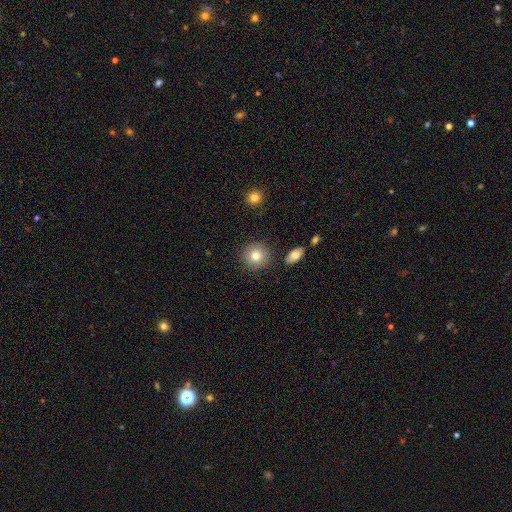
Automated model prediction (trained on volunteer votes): This appears to be a smooth galaxy with no disk features (81%) that is round (91%). Merging: none (87%).